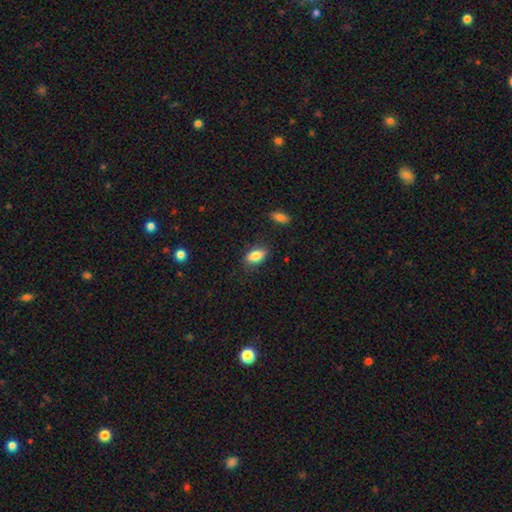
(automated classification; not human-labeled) Smooth or featured: smooth — 85% (star or artifact — 8%)
How rounded: in between — 90% (round — 6%)
Merging: none — 81% (minor disturbance — 14%)